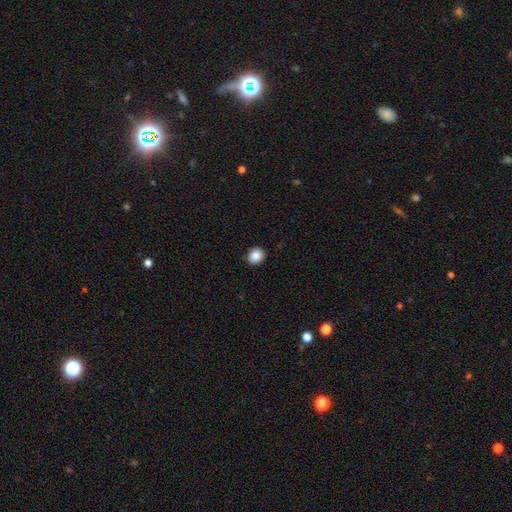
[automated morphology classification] The model was most divided on "how rounded": round: 71%, in between: 28%, cigar-shaped: 1%. More confident: merging — none (91%); smooth or featured — smooth (87%).